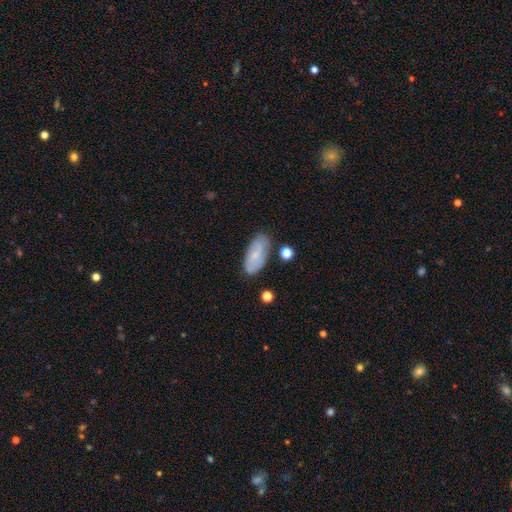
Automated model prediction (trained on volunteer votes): Smooth or featured? Predicted: smooth (p=0.61). How rounded? Predicted: in between (p=0.89). Merging? Predicted: none (p=0.74).